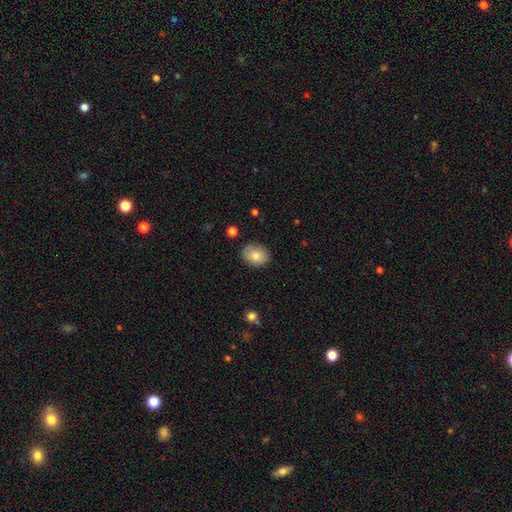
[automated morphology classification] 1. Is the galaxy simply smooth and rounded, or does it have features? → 81% smooth, 12% featured or disk, 8% star or artifact.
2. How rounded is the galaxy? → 60% in between, 39% round, 1% cigar-shaped.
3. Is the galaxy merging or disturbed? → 83% none, 13% minor disturbance, 3% major disturbance, 1% merger.